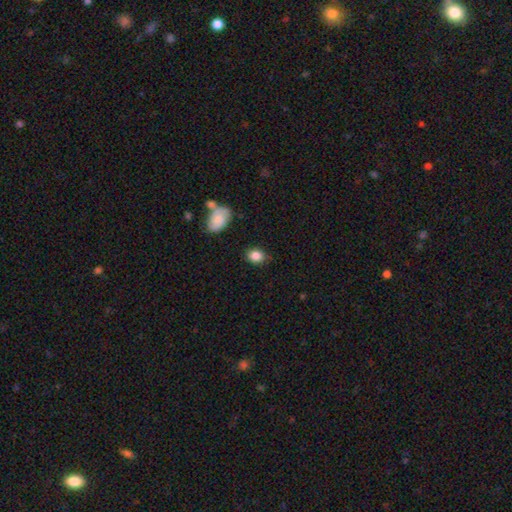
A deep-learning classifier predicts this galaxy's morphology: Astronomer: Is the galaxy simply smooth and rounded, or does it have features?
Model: smooth — 86%.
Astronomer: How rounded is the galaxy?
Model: in between — 54% (runner-up: round, 45%).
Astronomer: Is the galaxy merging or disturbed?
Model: none — 78%.